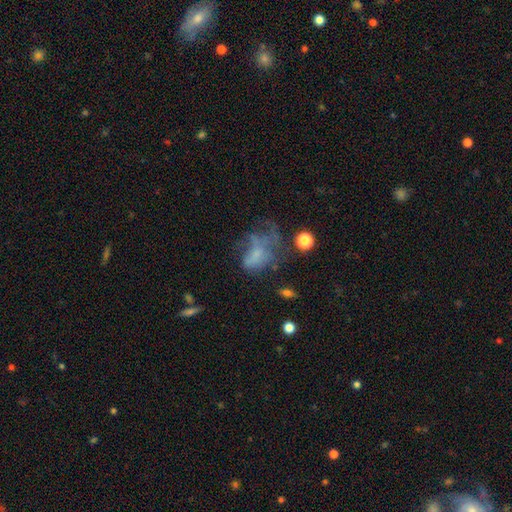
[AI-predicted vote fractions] Morphology: type=featured or disk (43%); merging=major disturbance (47%).